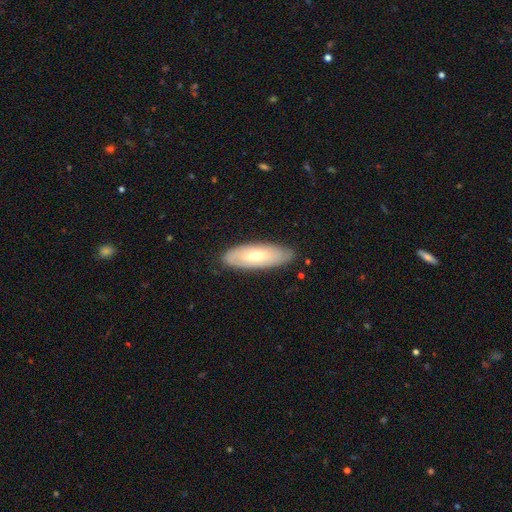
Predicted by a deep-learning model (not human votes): smooth_or_featured: smooth (p=0.53) [alt: featured or disk p=0.42]
how_rounded: in between (p=0.68) [alt: cigar-shaped p=0.30]
merging: none (p=0.84) [alt: minor disturbance p=0.12]